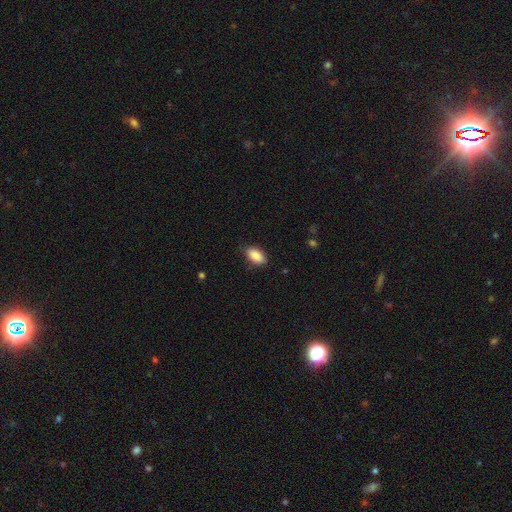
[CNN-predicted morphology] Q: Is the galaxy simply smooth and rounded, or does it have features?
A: smooth — 89%.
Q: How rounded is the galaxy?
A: in between — 92%.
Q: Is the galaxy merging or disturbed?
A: none — 84%.